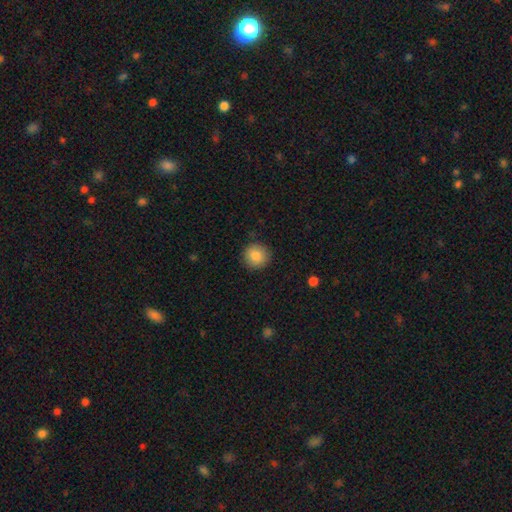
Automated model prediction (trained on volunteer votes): The model was most divided on "smooth or featured": smooth: 85%, star or artifact: 8%, featured or disk: 7%. More confident: how rounded — round (94%); merging — none (90%).